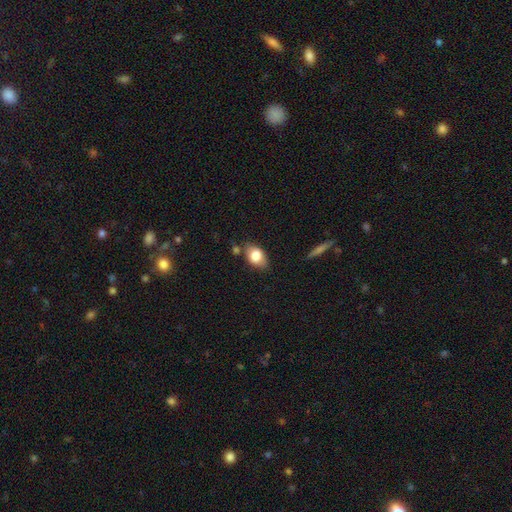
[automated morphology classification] Smooth or featured? Predicted: smooth (p=0.78). How rounded? Predicted: in between (p=0.84). Merging? Predicted: none (p=0.72).